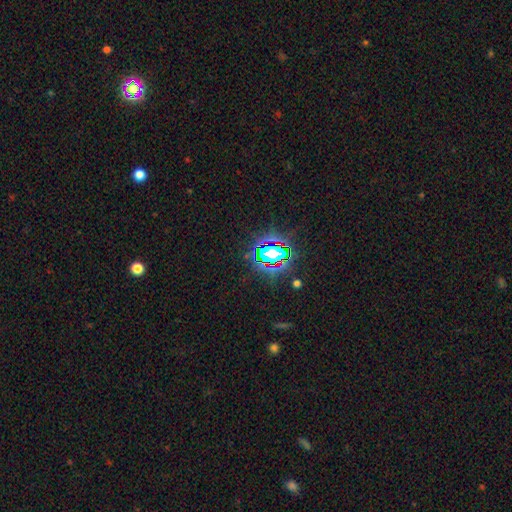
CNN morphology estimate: type=star or artifact (81%).